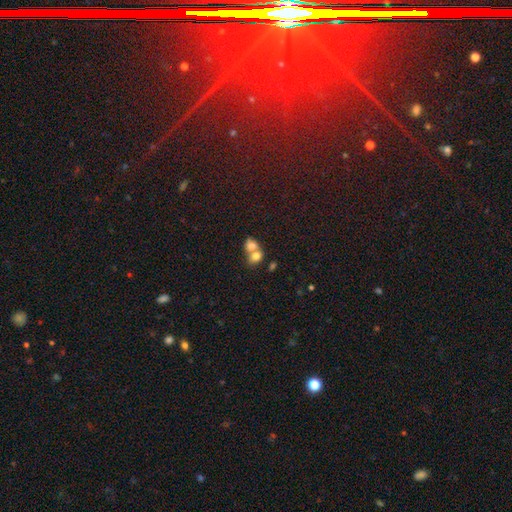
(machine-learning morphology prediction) The model was most divided on "how rounded": in between: 55%, round: 44%, cigar-shaped: 1%. More confident: smooth or featured — smooth (75%); merging — merger (73%).